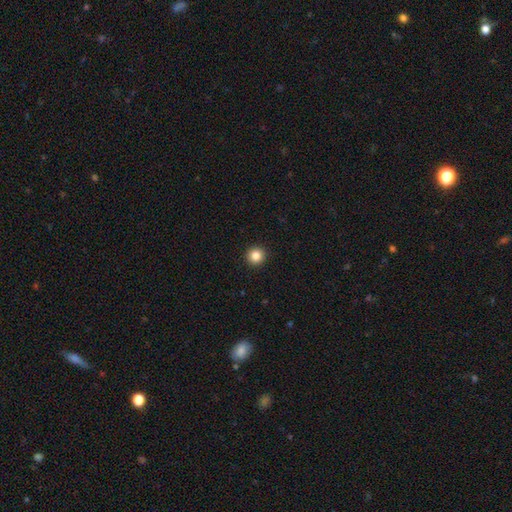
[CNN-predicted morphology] This appears to be a smooth galaxy with no disk features (85%) that is round (96%). Merging: none (94%).